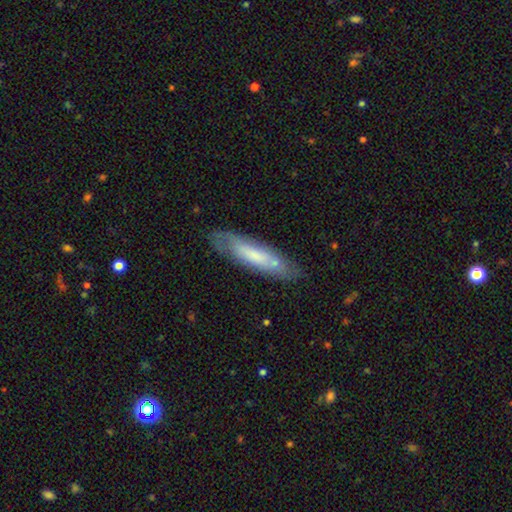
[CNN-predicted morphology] A smooth galaxy with no disk features (58%) that is cigar-shaped (77%).

Vote fractions:
- Smooth or featured? smooth: 58% / featured or disk: 36% / star or artifact: 6%
- How rounded? cigar-shaped: 77% / in between: 21% / round: 1%
- Merging? none: 73% / minor disturbance: 19% / major disturbance: 5% / merger: 3%